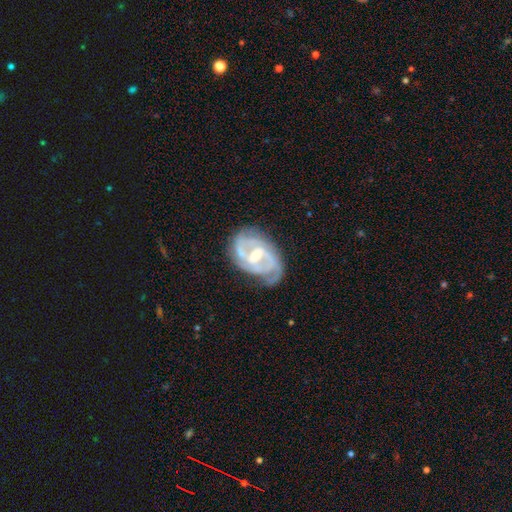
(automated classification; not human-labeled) A featured or disk galaxy (90%) with a weak bar (53%), 2 (55%) medium (48%) spiral arms (97%) and a moderate central bulge (52%). Merging: none (64%).